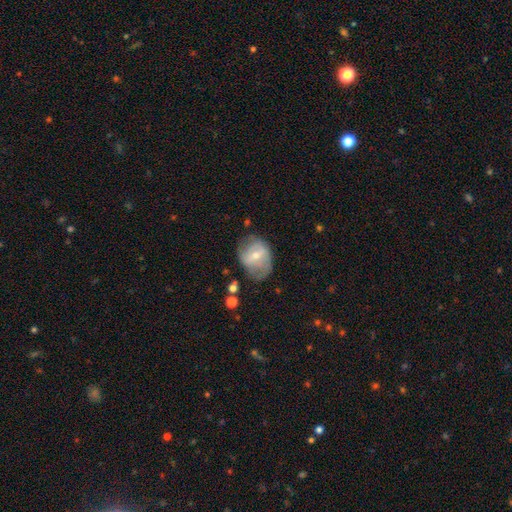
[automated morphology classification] smooth-or-featured: featured or disk: 51% | smooth: 41% | star or artifact: 8%
  disk-edge-on: no: 94% | yes: 6%
  merging: none: 52% | minor disturbance: 30% | major disturbance: 16% | merger: 3%